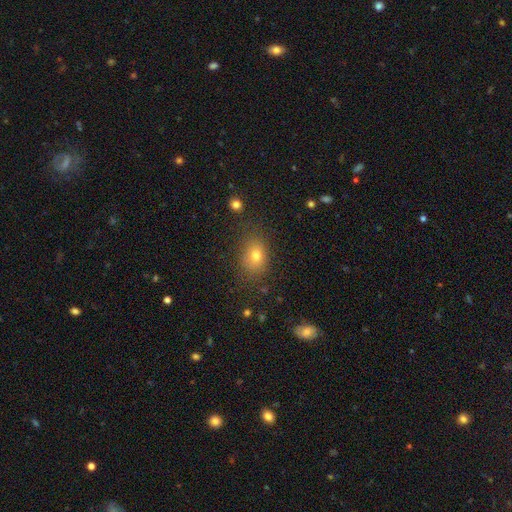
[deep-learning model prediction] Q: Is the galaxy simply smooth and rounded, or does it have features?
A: smooth — 75%.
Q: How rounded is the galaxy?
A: in between — 61%.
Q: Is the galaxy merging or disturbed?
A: none — 77%.